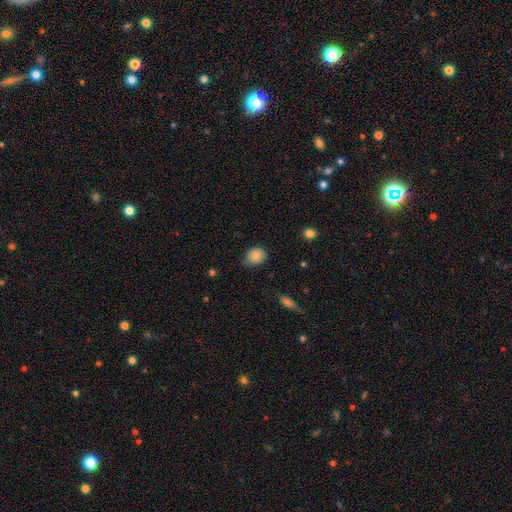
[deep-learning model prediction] smooth-or-featured: smooth: 83% | star or artifact: 10% | featured or disk: 7%
  how-rounded: round: 65% | in between: 34% | cigar-shaped: 1%
  merging: none: 66% | minor disturbance: 28% | major disturbance: 4% | merger: 2%